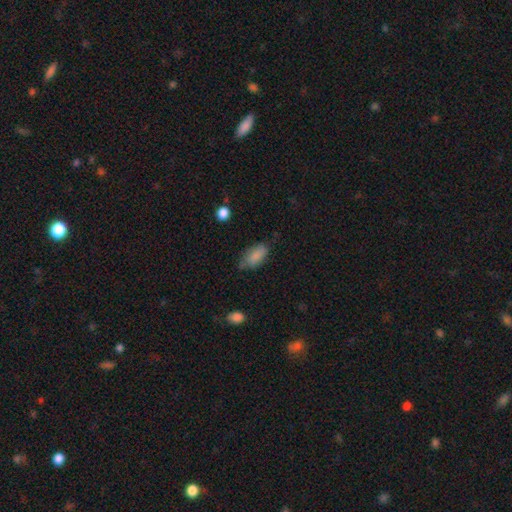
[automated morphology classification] Smooth or featured? Predicted: smooth (p=0.84). How rounded? Predicted: in between (p=0.90). Merging? Predicted: none (p=0.62).